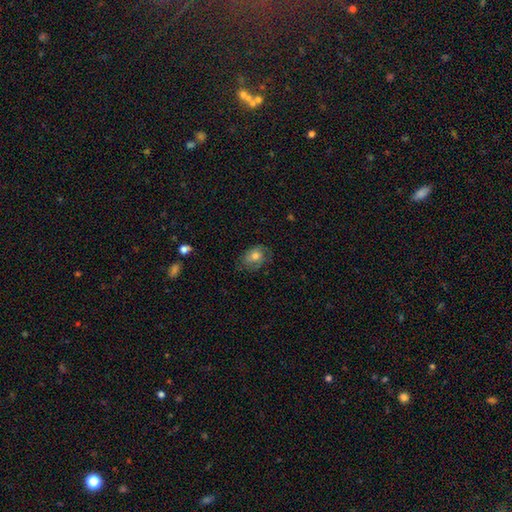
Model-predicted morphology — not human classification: smooth_or_featured: smooth (p=0.72) [alt: featured or disk p=0.20]
how_rounded: in between (p=0.64) [alt: round p=0.35]
merging: none (p=0.64) [alt: minor disturbance p=0.26]